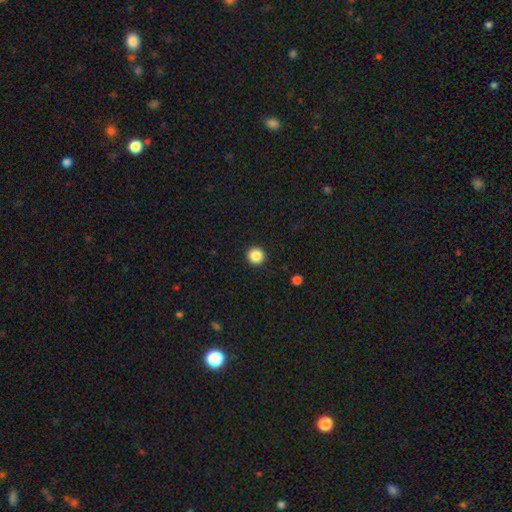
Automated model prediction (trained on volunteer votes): Overall: smooth (87%). How rounded: round (95%). Merging: none (93%).